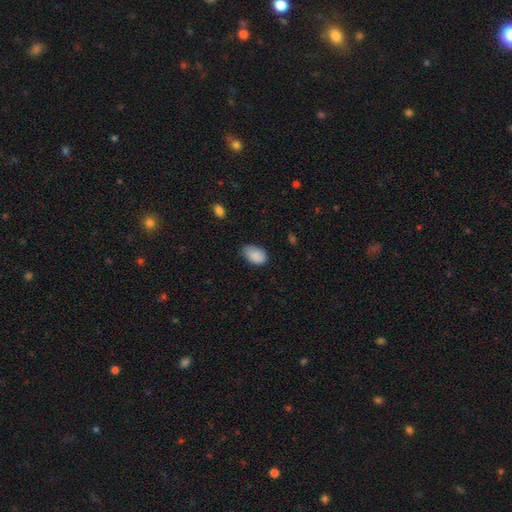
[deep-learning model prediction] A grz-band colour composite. It shows a smooth galaxy with no disk features (88%) that is in between round and cigar-shaped (89%). Merging: none (62%).